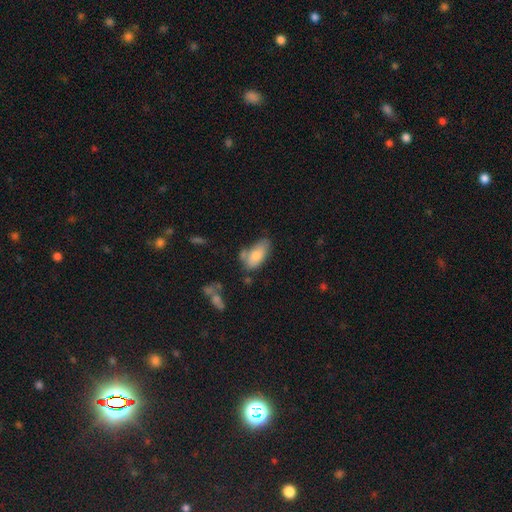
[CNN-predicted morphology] Overall: smooth (76%). How rounded: in between (92%). Merging: none (47%; minor disturbance 29%).